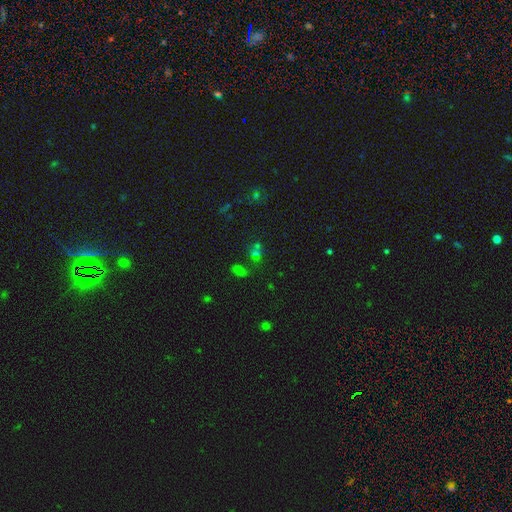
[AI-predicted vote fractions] Smooth or featured? smooth (46%)
Merging? none (41%)